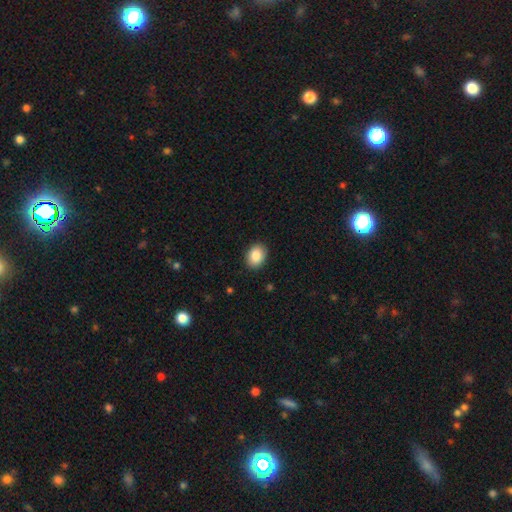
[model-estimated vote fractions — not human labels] smooth-or-featured: smooth: 87% | star or artifact: 8% | featured or disk: 5%
  how-rounded: in between: 60% | round: 39% | cigar-shaped: 1%
  merging: none: 90% | minor disturbance: 7% | major disturbance: 2% | merger: 1%